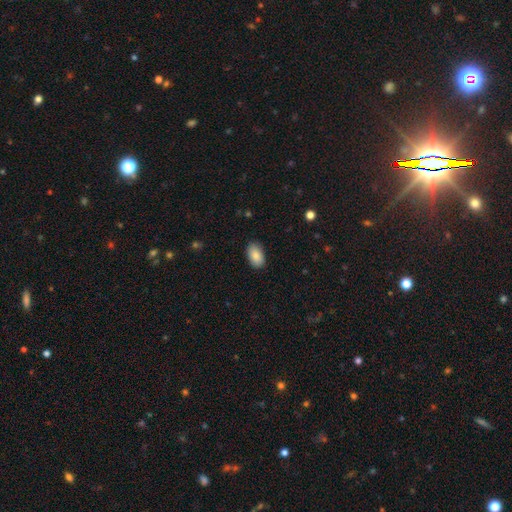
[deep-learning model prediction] smooth 88%, star or artifact 7%, featured or disk 5%. Down the decision tree: how rounded — in between (94%); merging — none (87%).